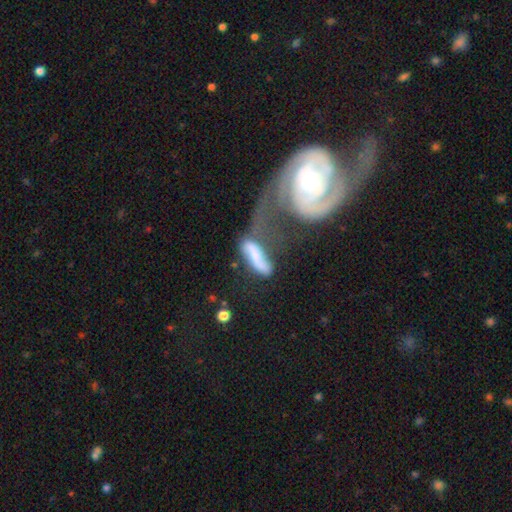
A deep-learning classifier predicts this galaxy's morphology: Q: Smooth or featured?
A: smooth (49%); runner-up: featured or disk (43%)
Q: Merging?
A: merger (35%); runner-up: none (24%)